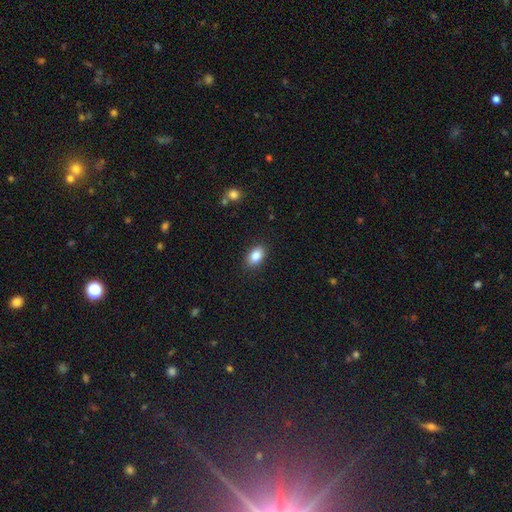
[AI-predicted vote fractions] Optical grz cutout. It shows a smooth galaxy with no disk features (87%) that is in between round and cigar-shaped (90%). Merging: none (89%).